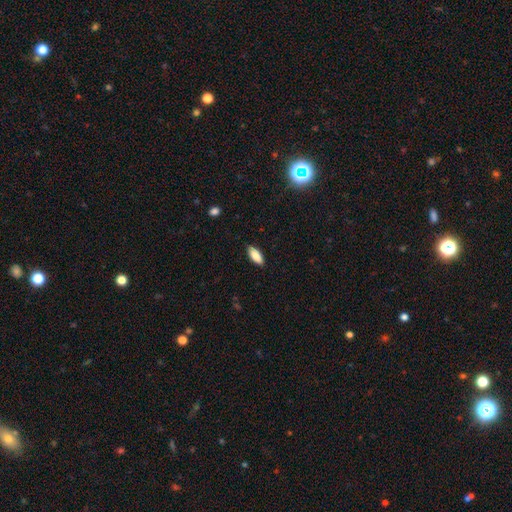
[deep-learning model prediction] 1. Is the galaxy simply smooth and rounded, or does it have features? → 86% smooth, 8% featured or disk, 6% star or artifact.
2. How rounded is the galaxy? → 77% in between, 21% cigar-shaped, 2% round.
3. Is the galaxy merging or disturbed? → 89% none, 9% minor disturbance, 2% major disturbance, 1% merger.